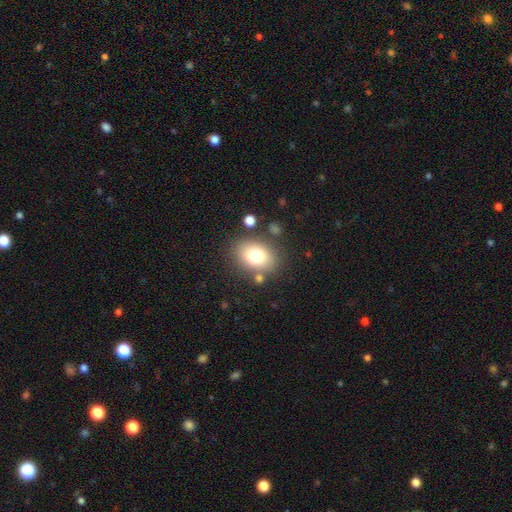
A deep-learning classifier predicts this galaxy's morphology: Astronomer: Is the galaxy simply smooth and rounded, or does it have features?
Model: smooth — 77%.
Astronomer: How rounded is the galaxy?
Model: in between — 67%.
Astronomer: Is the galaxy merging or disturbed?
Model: none — 78%.